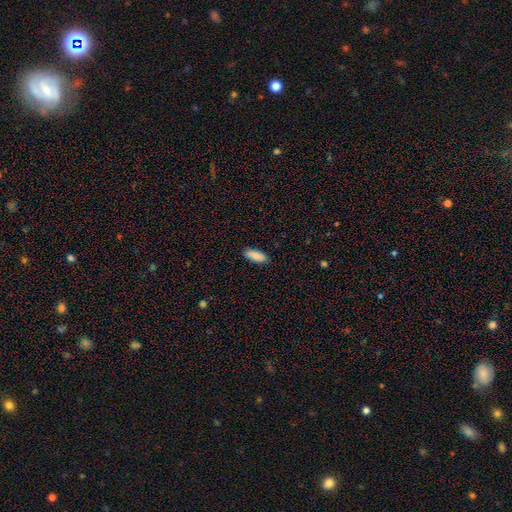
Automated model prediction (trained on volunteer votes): This appears to be a smooth galaxy with no disk features (89%) that is in between round and cigar-shaped (71%). Merging: none (89%).